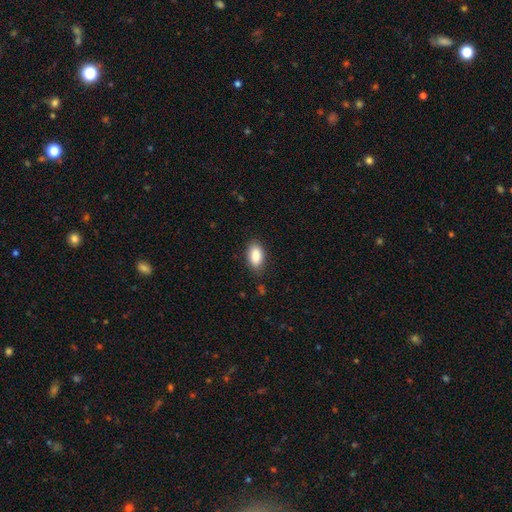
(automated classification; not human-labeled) Smooth or featured: smooth — 88% (star or artifact — 7%)
How rounded: in between — 93% (round — 4%)
Merging: none — 83% (minor disturbance — 13%)